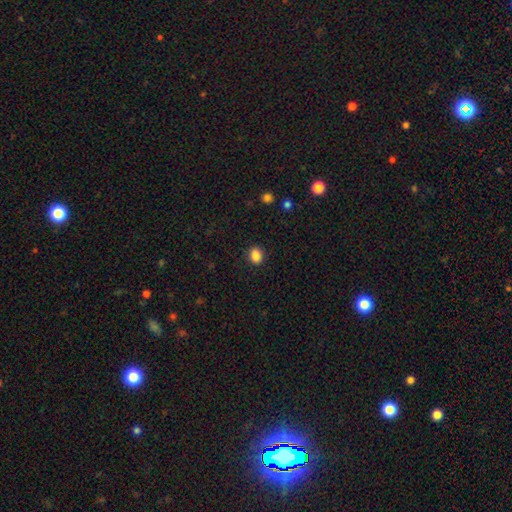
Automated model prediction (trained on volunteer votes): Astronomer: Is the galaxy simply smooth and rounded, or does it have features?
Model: smooth — 87%.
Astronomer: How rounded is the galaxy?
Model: round — 52% (runner-up: in between, 47%).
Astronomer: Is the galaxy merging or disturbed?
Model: none — 90%.